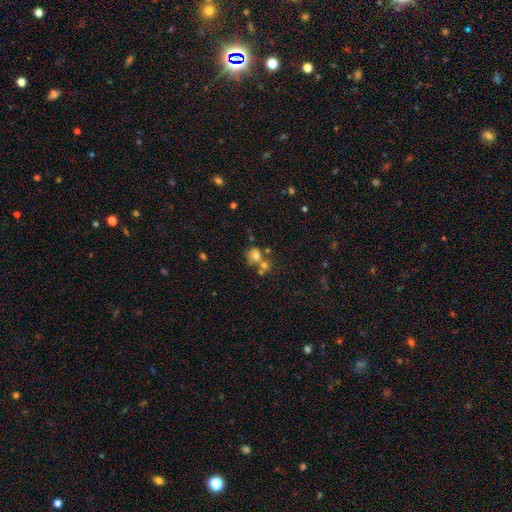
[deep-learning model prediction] Smooth or featured?
  - smooth: 68% *
  - featured or disk: 16%
  - star or artifact: 16%
How rounded?
  - round: 77% *
  - in between: 22%
  - cigar-shaped: 1%
Merging?
  - none: 43% *
  - merger: 41%
  - minor disturbance: 11%
  - major disturbance: 6%